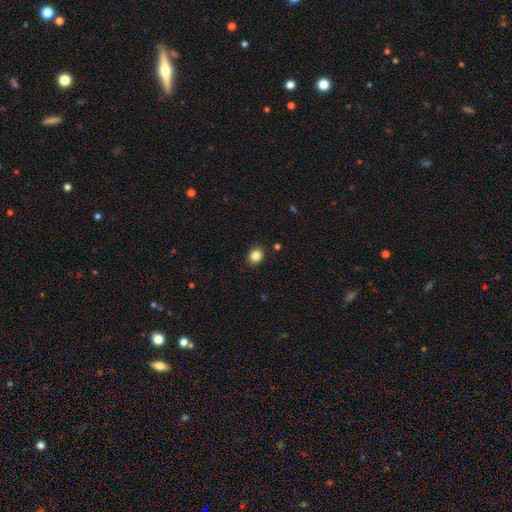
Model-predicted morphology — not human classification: This appears to be a smooth galaxy with no disk features (85%) that is round (59%). Merging: none (89%).